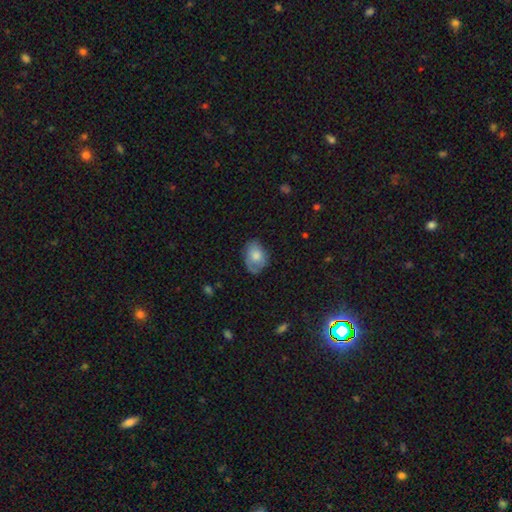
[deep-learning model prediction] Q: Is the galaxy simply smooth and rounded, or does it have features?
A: smooth — 72%.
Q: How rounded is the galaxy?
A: in between — 75%.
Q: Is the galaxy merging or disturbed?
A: none — 63%.